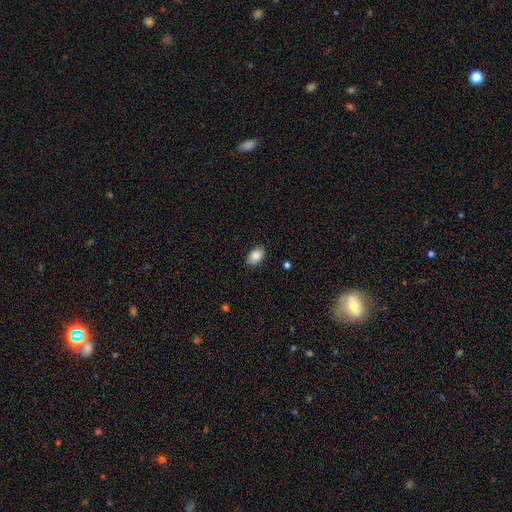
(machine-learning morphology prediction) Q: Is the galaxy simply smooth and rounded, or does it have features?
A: smooth — 86%.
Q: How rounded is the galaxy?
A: in between — 89%.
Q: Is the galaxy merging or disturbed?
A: none — 83%.